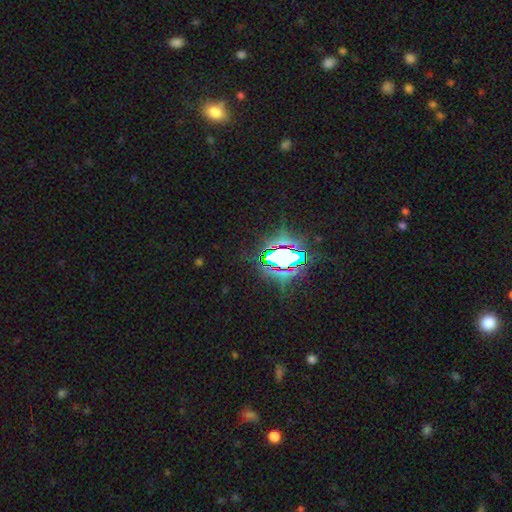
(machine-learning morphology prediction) A star or artifact, not a galaxy (80%).

Vote fractions:
- Smooth or featured? star or artifact: 80% / smooth: 11% / featured or disk: 8%